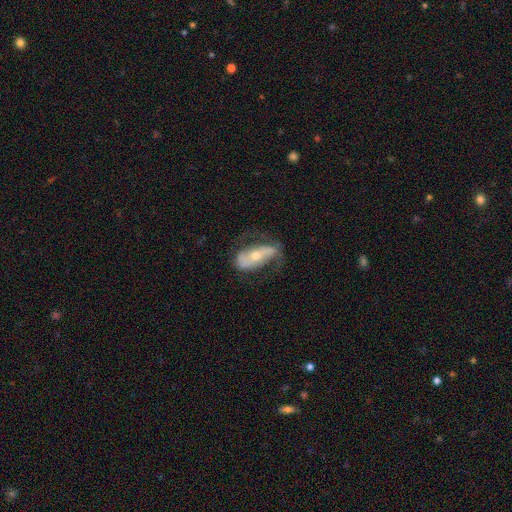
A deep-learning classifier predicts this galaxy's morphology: Smooth or featured: featured or disk — 72% (smooth — 21%)
Edge-on disk: no — 88% (yes — 12%)
Bar: strong — 40% (no — 37%)
Spiral arms: yes — 78% (no — 22%)
Spiral winding: medium — 39% (loose — 38%)
Spiral arm count: 2 — 82% (can't tell — 10%)
Bulge size: moderate — 48% (small — 47%)
Merging: none — 59% (minor disturbance — 22%)